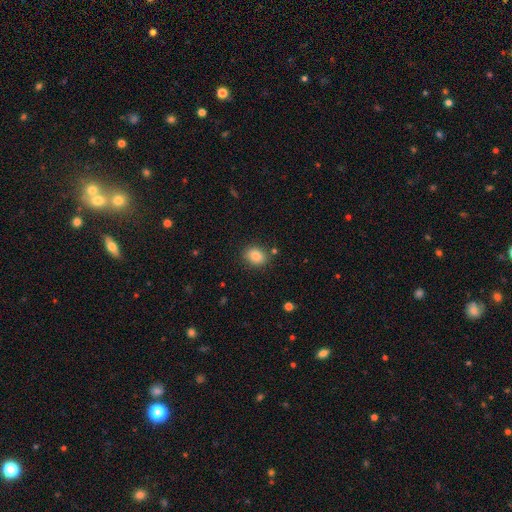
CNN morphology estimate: The model was most divided on "how rounded": in between: 56%, round: 43%, cigar-shaped: 1%. More confident: smooth or featured — smooth (85%); merging — none (84%).